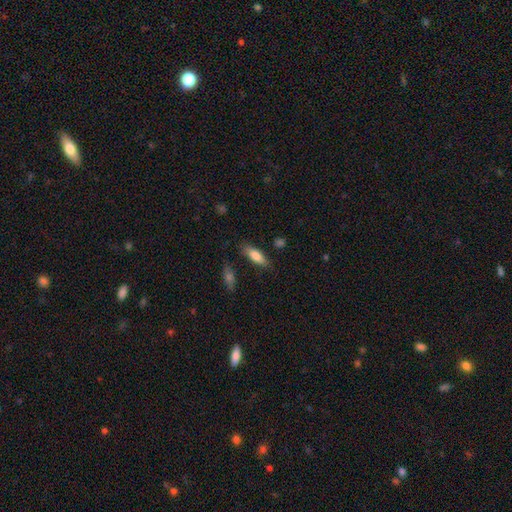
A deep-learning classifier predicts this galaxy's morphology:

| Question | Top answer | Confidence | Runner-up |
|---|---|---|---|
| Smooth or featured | smooth | 82% | featured or disk (12%) |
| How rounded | in between | 61% | cigar-shaped (37%) |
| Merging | none | 81% | minor disturbance (13%) |